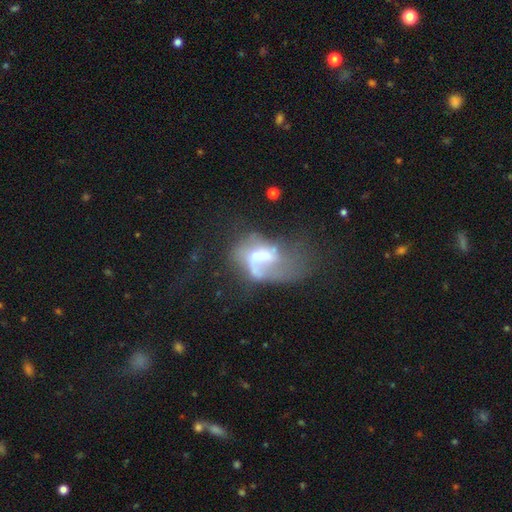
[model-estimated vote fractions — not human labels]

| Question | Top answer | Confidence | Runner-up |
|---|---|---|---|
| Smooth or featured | featured or disk | 59% | smooth (30%) |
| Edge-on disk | no | 96% | yes (4%) |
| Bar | no | 71% | weak (23%) |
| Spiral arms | no | 56% | yes (44%) |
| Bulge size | moderate | 49% | small (35%) |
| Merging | merger | 43% | major disturbance (34%) |